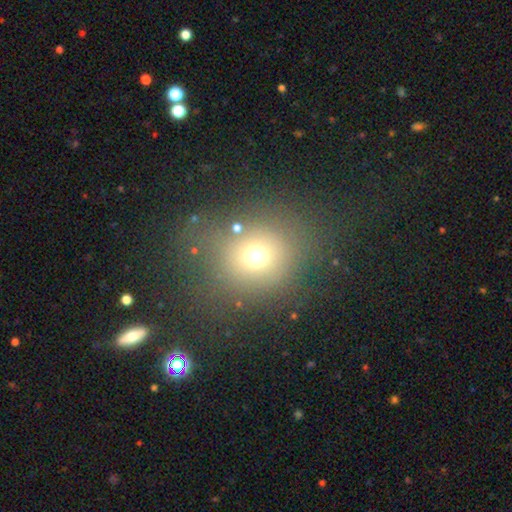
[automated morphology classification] smooth_or_featured: smooth (p=0.68) [alt: star or artifact p=0.21]
how_rounded: round (p=0.78) [alt: in between p=0.20]
merging: none (p=0.72) [alt: minor disturbance p=0.13]